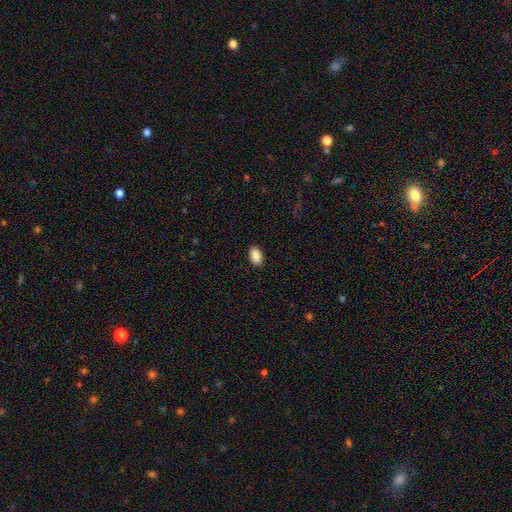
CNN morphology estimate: This is clearly a smooth galaxy (90%). How rounded: clearly in between (91%). Merging: clearly none (90%).